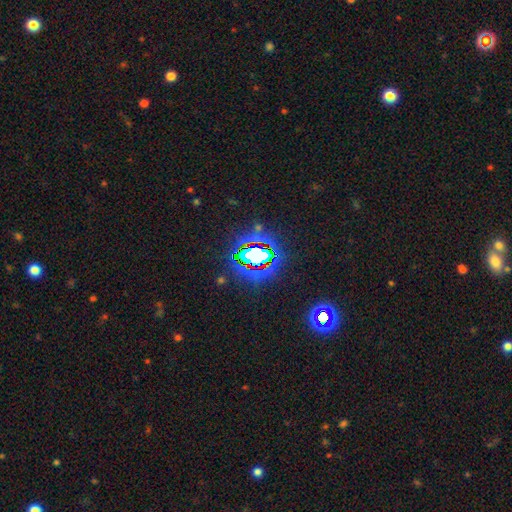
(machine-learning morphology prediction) smooth-or-featured: star or artifact: 72% | smooth: 17% | featured or disk: 11%